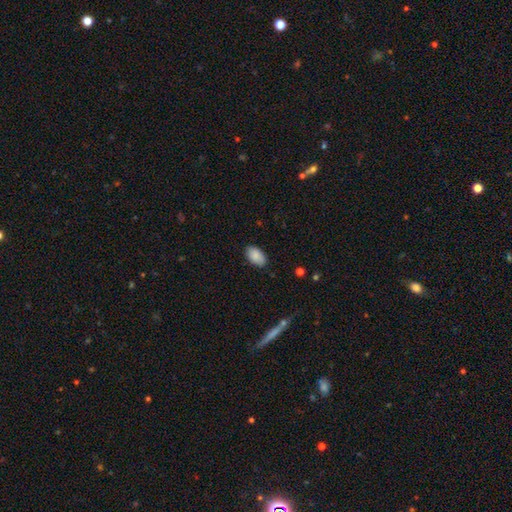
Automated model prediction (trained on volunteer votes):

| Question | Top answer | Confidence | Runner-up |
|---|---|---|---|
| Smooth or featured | smooth | 89% | star or artifact (7%) |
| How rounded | in between | 93% | round (5%) |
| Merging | none | 85% | minor disturbance (12%) |